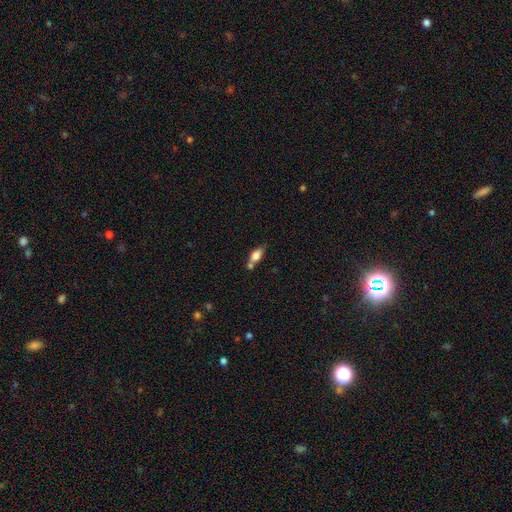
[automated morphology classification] Overall: smooth (77%). How rounded: in between (83%). Merging: none (41%; merger 36%).